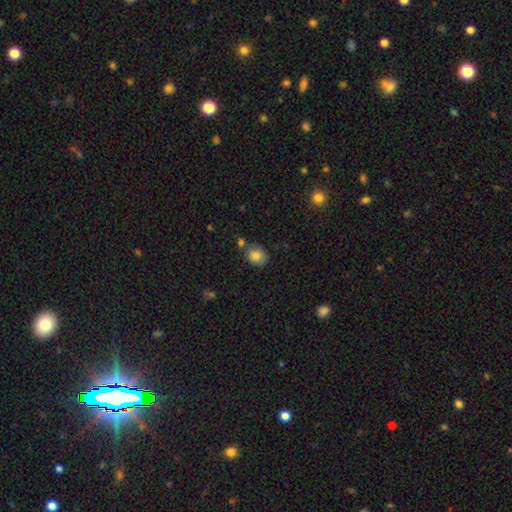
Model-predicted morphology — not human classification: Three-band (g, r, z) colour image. It shows a smooth galaxy with no disk features (84%) that is round (61%). Merging: none (69%).